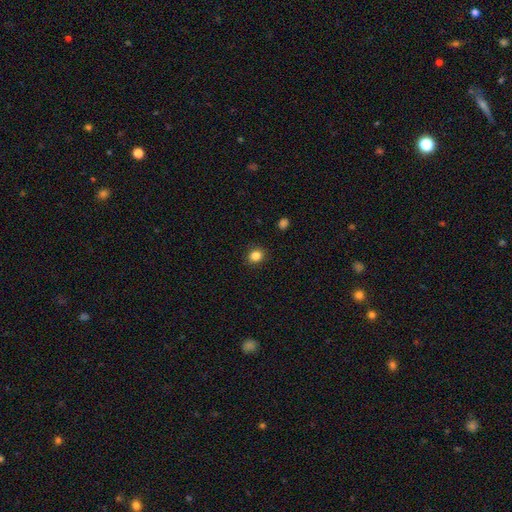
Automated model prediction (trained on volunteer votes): smooth_or_featured: smooth (p=0.84) [alt: star or artifact p=0.11]
how_rounded: round (p=0.62) [alt: in between p=0.37]
merging: none (p=0.90) [alt: minor disturbance p=0.07]